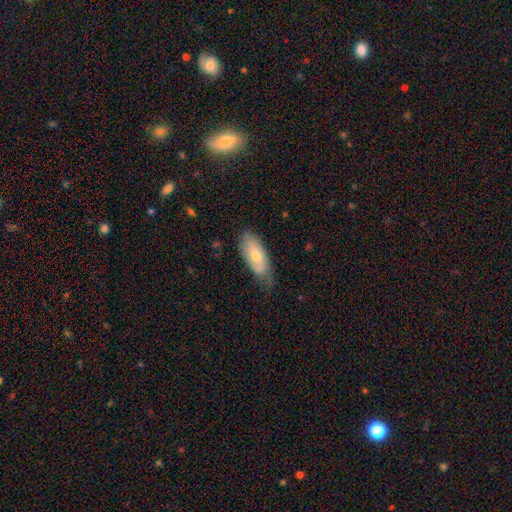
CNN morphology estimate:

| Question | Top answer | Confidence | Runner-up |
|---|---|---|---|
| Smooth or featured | smooth | 62% | featured or disk (31%) |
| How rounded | in between | 83% | cigar-shaped (14%) |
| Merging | none | 57% | minor disturbance (34%) |